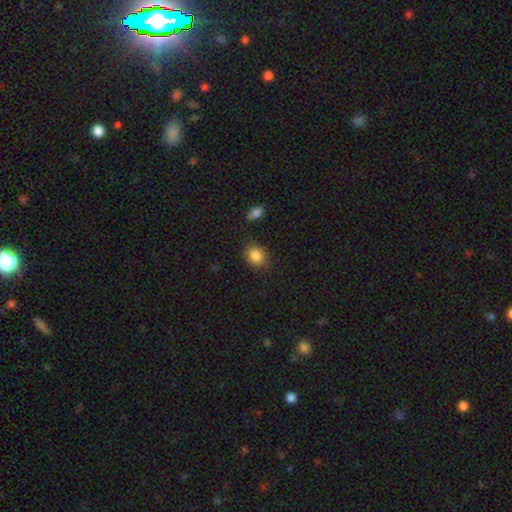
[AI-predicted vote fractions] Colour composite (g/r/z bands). It shows a smooth galaxy with no disk features (86%) that is round (60%). Merging: none (80%).